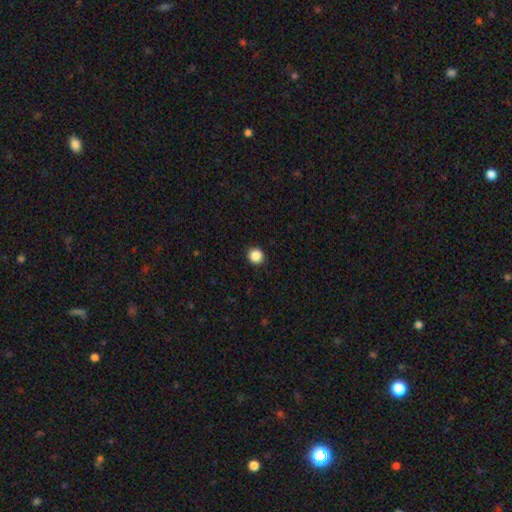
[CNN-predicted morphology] smooth_or_featured: smooth (p=0.87) [alt: star or artifact p=0.10]
how_rounded: round (p=0.95) [alt: in between p=0.04]
merging: none (p=0.93) [alt: minor disturbance p=0.04]